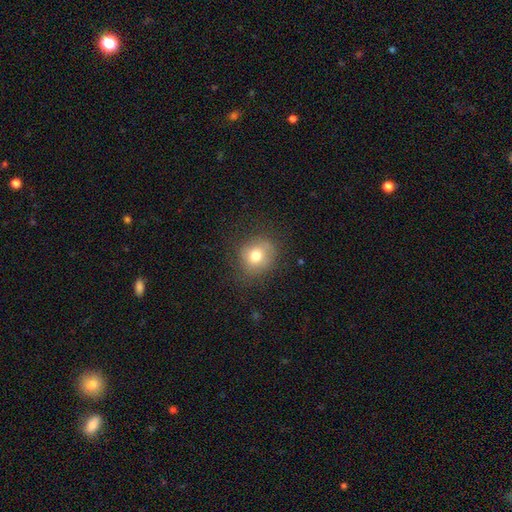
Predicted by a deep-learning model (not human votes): This is likely a smooth galaxy (74%). How rounded: likely round (77%). Merging: likely none (75%).